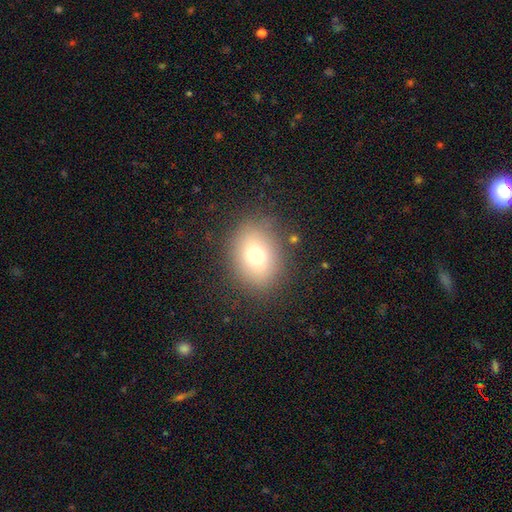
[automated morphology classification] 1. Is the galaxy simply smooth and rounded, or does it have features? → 72% smooth, 15% featured or disk, 13% star or artifact.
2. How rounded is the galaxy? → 58% in between, 40% round, 1% cigar-shaped.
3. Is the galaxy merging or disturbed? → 83% none, 11% minor disturbance, 4% major disturbance, 2% merger.